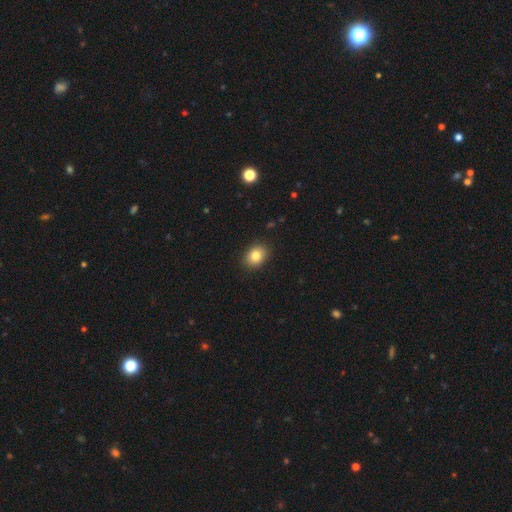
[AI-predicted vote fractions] Q: Smooth or featured?
A: smooth (82%); runner-up: star or artifact (10%)
Q: How rounded?
A: in between (57%); runner-up: round (42%)
Q: Merging?
A: none (89%); runner-up: minor disturbance (8%)